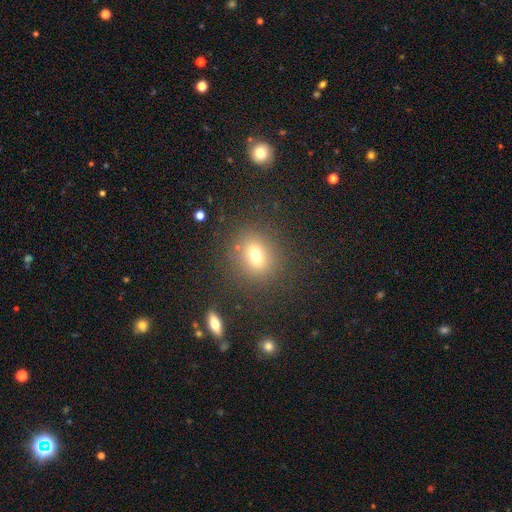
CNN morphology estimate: Smooth or featured? smooth (71%)
How rounded? round (66%)
Merging? none (83%)